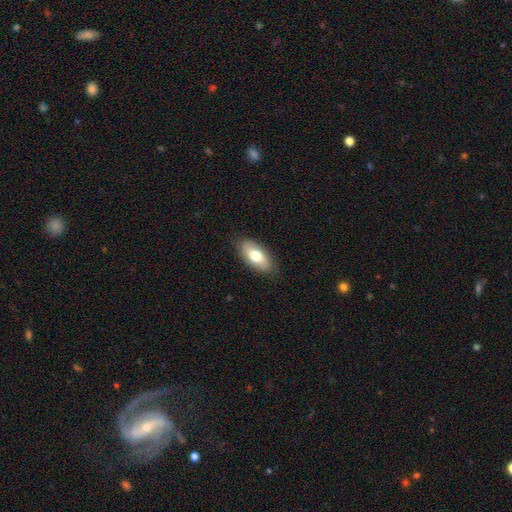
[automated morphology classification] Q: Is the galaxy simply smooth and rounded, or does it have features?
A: smooth — 74%.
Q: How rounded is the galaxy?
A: in between — 89%.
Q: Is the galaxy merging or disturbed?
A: none — 85%.